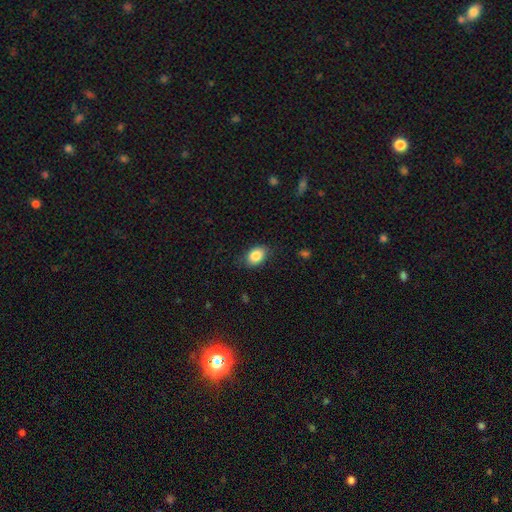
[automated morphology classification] A smooth galaxy with no disk features (86%) that is in between round and cigar-shaped (76%). Merging: none (82%).